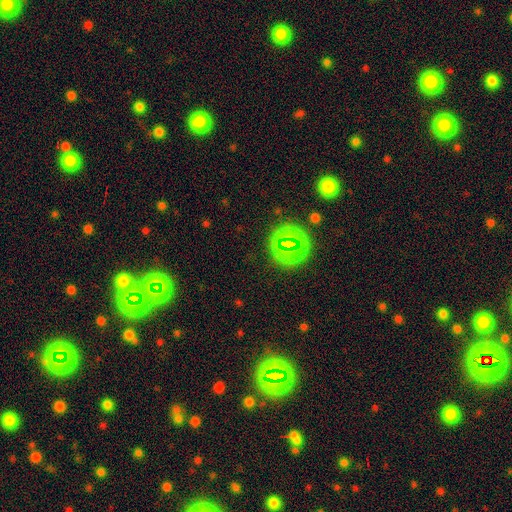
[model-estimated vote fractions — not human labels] Smooth or featured? star or artifact (60%)